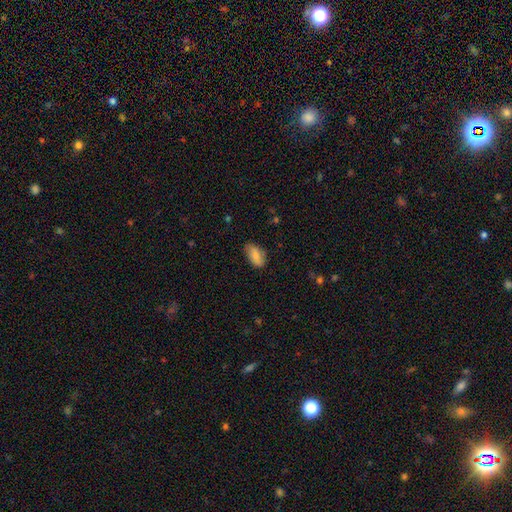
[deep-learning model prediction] A smooth galaxy with no disk features (77%) that is in between round and cigar-shaped (92%). Merging: none (75%).